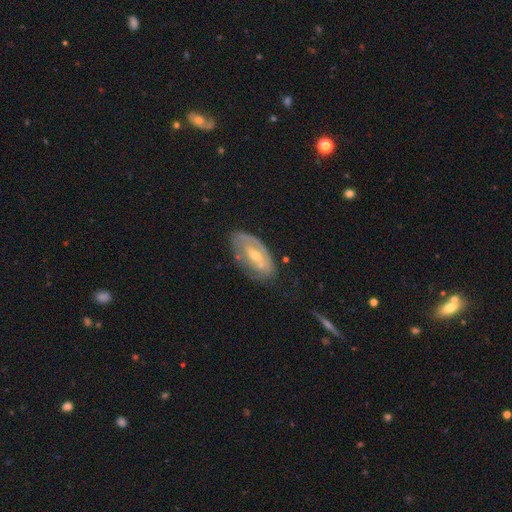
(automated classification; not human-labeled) This appears to be a featured or disk galaxy (71%) with no bar (51%), spiral arms (59%) and a small central bulge (50%). Merging: none (61%).